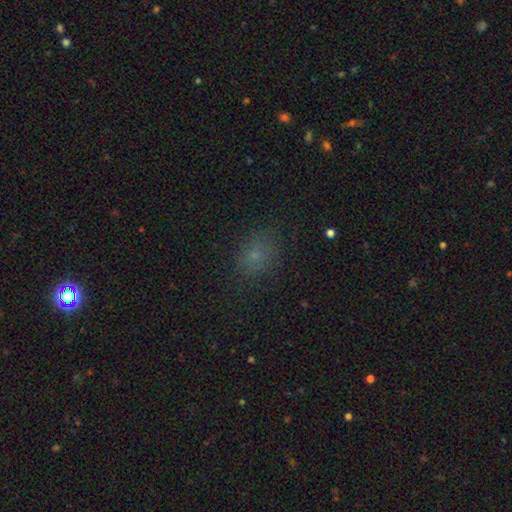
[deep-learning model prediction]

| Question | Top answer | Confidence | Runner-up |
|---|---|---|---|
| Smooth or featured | smooth | 69% | star or artifact (22%) |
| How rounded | in between | 50% | round (48%) |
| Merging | none | 80% | minor disturbance (14%) |